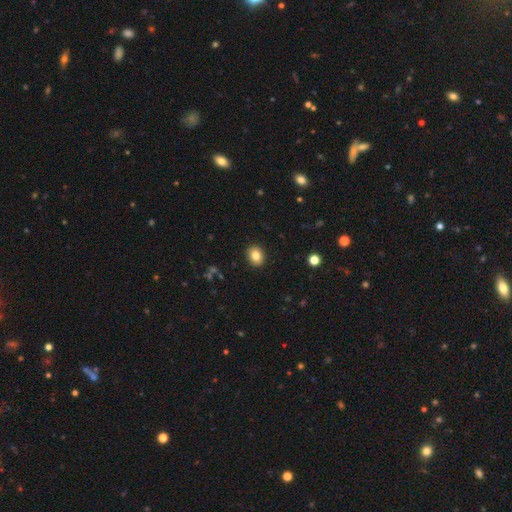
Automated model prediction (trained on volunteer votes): smooth_or_featured: smooth (p=0.83) [alt: star or artifact p=0.10]
how_rounded: round (p=0.52) [alt: in between p=0.47]
merging: none (p=0.91) [alt: minor disturbance p=0.07]